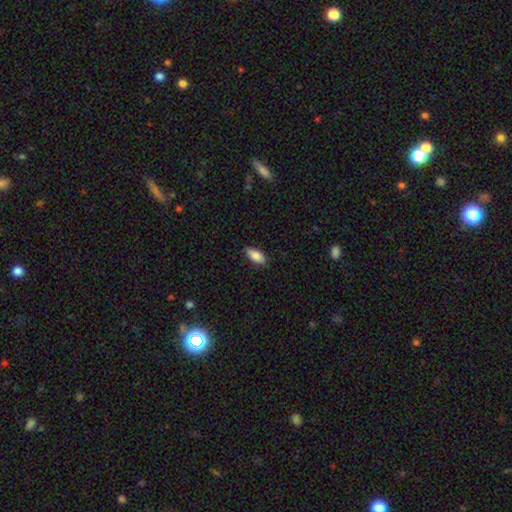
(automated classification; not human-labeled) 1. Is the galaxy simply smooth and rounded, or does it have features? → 86% smooth, 8% featured or disk, 6% star or artifact.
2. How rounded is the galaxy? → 84% in between, 14% cigar-shaped, 2% round.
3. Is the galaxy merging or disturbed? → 87% none, 10% minor disturbance, 2% major disturbance, 1% merger.